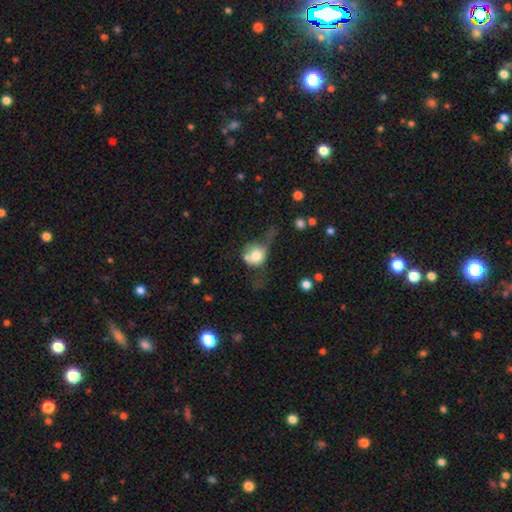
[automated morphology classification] Smooth or featured?
  - smooth: 66% *
  - featured or disk: 24%
  - star or artifact: 9%
How rounded?
  - round: 72% *
  - in between: 26%
  - cigar-shaped: 2%
Merging?
  - major disturbance: 33% *
  - none: 24%
  - minor disturbance: 22%
  - merger: 20%